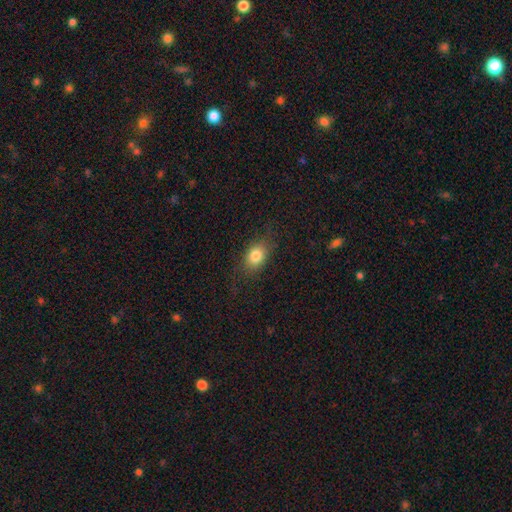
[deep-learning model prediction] The model was most divided on "how rounded": in between: 66%, round: 32%, cigar-shaped: 2%. More confident: smooth or featured — smooth (81%); merging — none (77%).